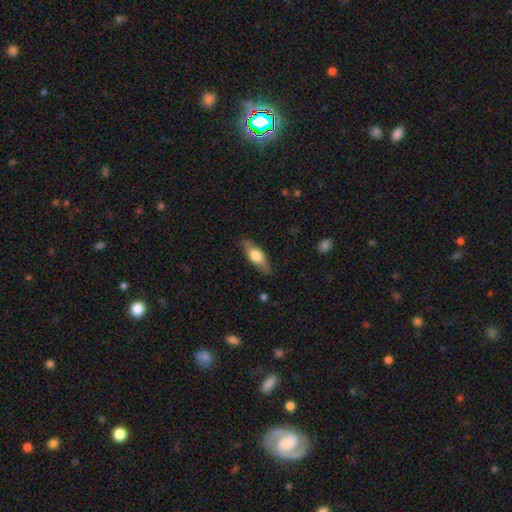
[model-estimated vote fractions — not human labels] smooth-or-featured: smooth: 60% | featured or disk: 34% | star or artifact: 6%
  how-rounded: in between: 61% | cigar-shaped: 36% | round: 3%
  merging: none: 84% | minor disturbance: 13% | major disturbance: 3% | merger: 1%